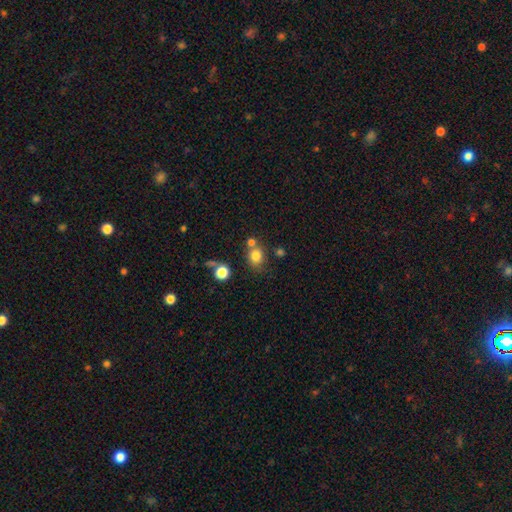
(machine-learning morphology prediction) Smooth or featured: smooth — 80% (star or artifact — 13%)
How rounded: round — 66% (in between — 33%)
Merging: none — 63% (merger — 20%)